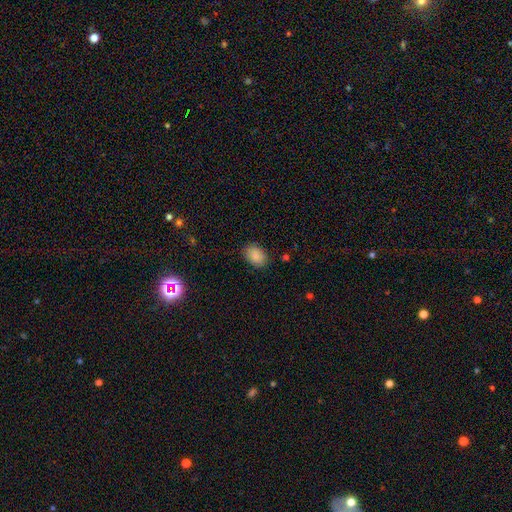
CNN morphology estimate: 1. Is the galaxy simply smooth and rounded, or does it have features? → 86% smooth, 8% star or artifact, 6% featured or disk.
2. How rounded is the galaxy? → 76% in between, 23% round, 1% cigar-shaped.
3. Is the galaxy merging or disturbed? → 84% none, 12% minor disturbance, 3% major disturbance, 1% merger.